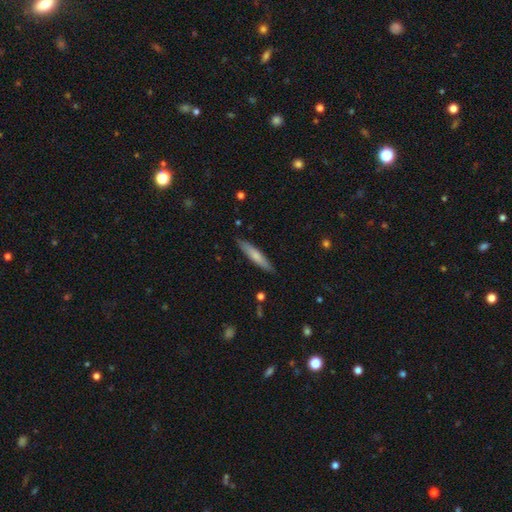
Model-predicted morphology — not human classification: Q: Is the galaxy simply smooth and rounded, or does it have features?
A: smooth — 68%.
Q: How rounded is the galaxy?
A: cigar-shaped — 90%.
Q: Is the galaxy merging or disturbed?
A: none — 88%.